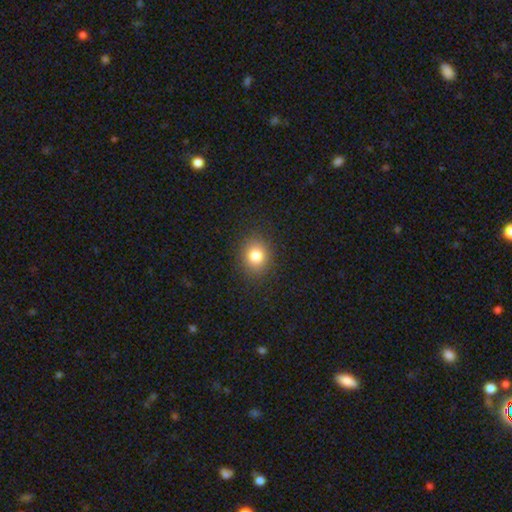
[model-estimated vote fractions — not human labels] smooth_or_featured: smooth (p=0.81) [alt: star or artifact p=0.11]
how_rounded: round (p=0.67) [alt: in between p=0.32]
merging: none (p=0.88) [alt: minor disturbance p=0.08]